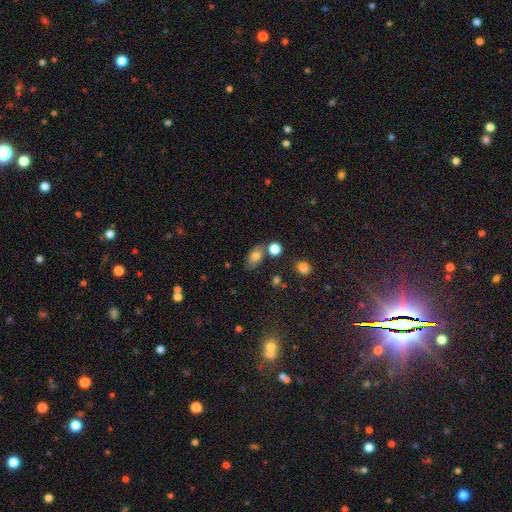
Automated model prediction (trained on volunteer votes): Smooth or featured? smooth (75%)
How rounded? in between (80%)
Merging? none (65%)